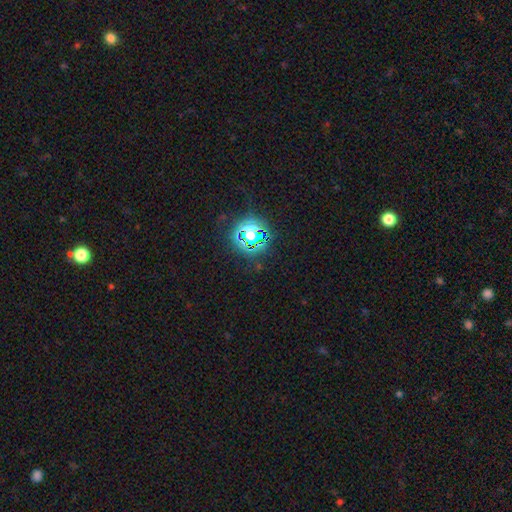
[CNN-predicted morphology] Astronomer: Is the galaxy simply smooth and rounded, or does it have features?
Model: star or artifact — 80%.